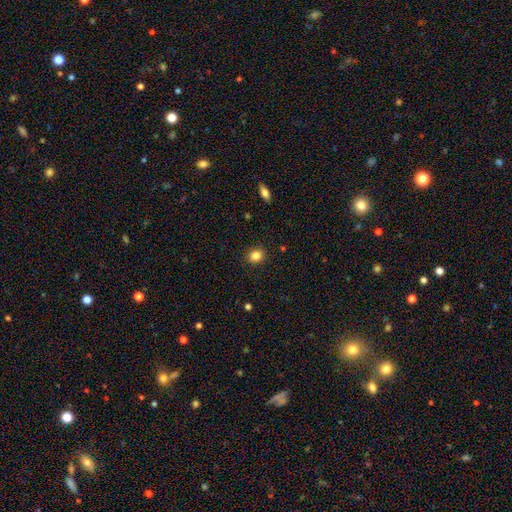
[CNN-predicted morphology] smooth-or-featured: smooth: 84% | star or artifact: 11% | featured or disk: 5%
  how-rounded: round: 73% | in between: 26% | cigar-shaped: 1%
  merging: none: 90% | minor disturbance: 7% | major disturbance: 2% | merger: 1%